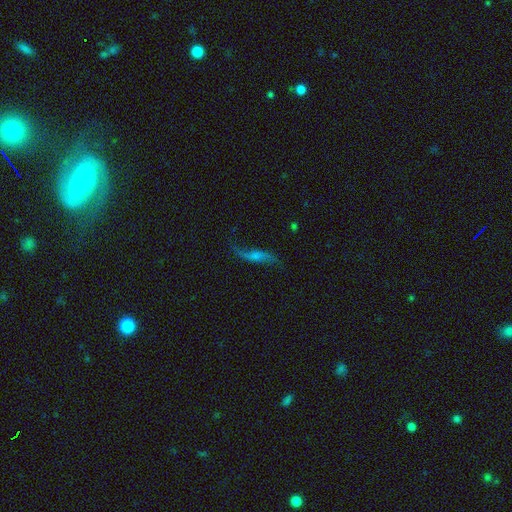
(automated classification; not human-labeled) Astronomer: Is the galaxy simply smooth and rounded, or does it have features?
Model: featured or disk — 74%.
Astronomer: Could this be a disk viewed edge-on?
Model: no — 77%.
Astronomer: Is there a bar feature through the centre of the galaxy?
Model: no — 57%.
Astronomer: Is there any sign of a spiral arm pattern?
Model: yes — 91%.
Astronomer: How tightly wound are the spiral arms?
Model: loose — 92%.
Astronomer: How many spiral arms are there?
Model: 2 — 90%.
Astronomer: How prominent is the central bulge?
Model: small — 40% (runner-up: none, 28%).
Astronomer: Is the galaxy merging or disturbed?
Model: none — 71%.